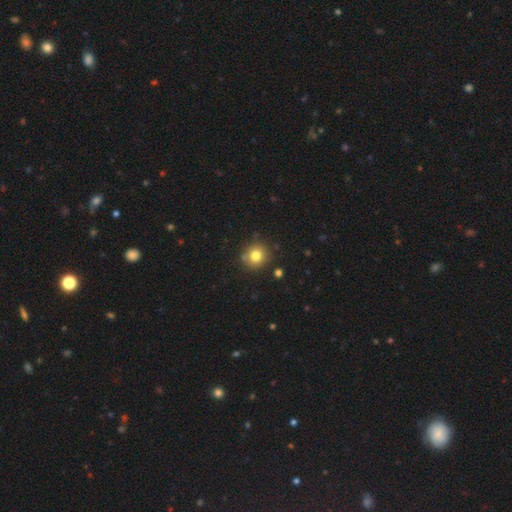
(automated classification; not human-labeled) A smooth galaxy with no disk features (79%) that is round (89%). Merging: none (84%).